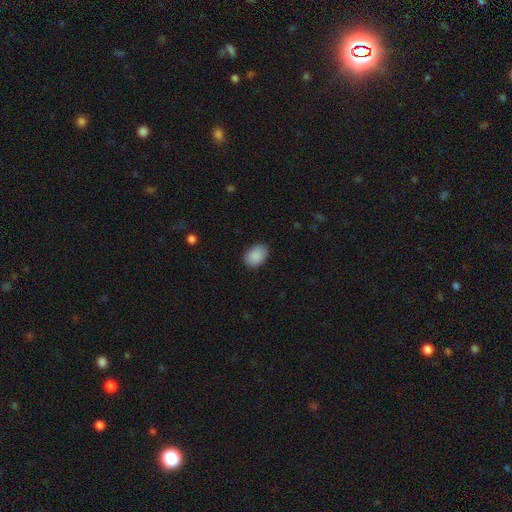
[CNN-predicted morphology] This appears to be a smooth galaxy with no disk features (90%) that is in between round and cigar-shaped (79%). Merging: none (87%).